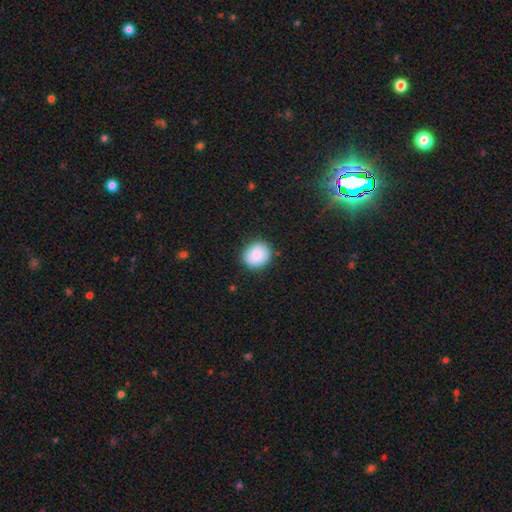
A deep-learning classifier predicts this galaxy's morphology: type=smooth (87%); roundness=round (81%); merging=none (88%).